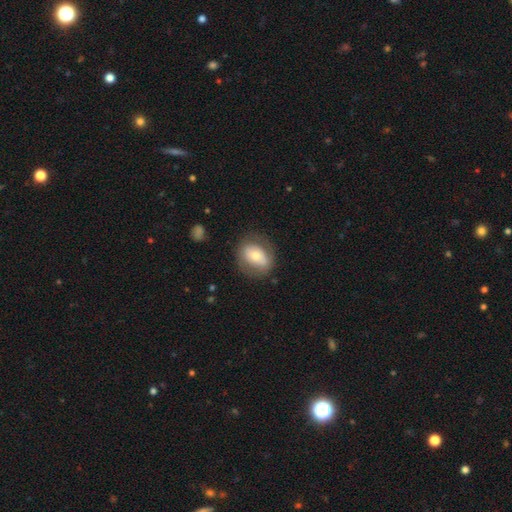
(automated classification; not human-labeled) Overall: smooth (60%; featured or disk 33%). How rounded: in between (62%; round 37%). Merging: none (73%).